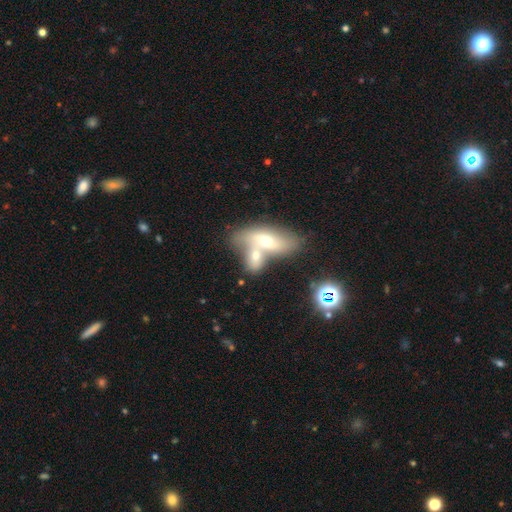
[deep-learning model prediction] Morphology: type=smooth (54%); roundness=in between (80%); merging=merger (73%).